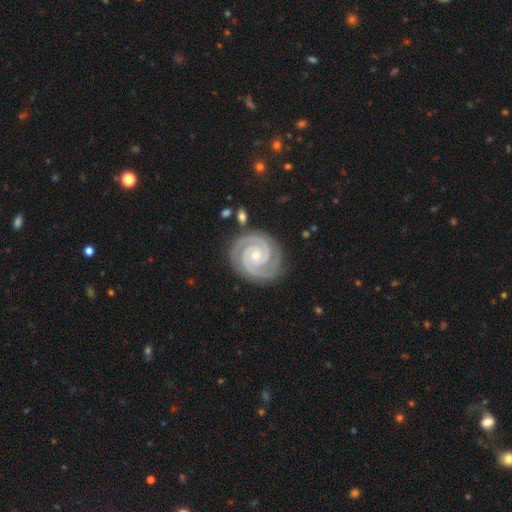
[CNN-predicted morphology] Overall: featured or disk (94%). Edge-on disk: no (98%). Bar: no (72%). Spiral arms: yes (99%). Spiral arm count: 2 (87%). Spiral winding: tight (84%). Bulge size: small (66%; moderate 30%). Merging: none (85%).